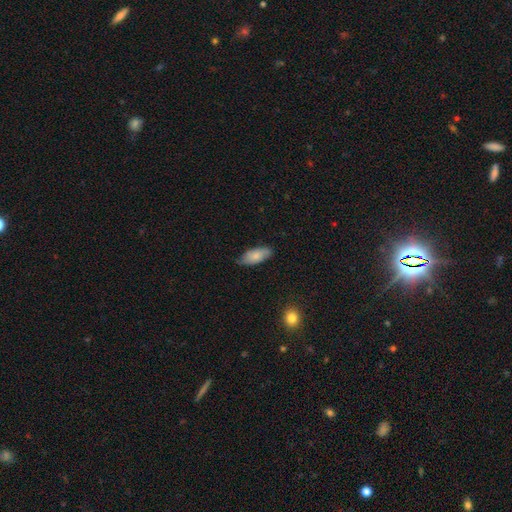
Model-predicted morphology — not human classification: smooth 76%, featured or disk 18%, star or artifact 6%. Down the decision tree: how rounded — in between (84%); merging — none (73%).